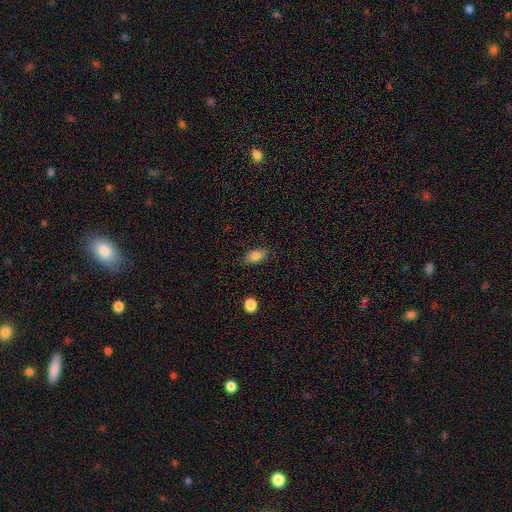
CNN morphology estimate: The model was most divided on "merging": none: 81%, minor disturbance: 15%, major disturbance: 3%, merger: 1%. More confident: how rounded — in between (86%); smooth or featured — smooth (82%).